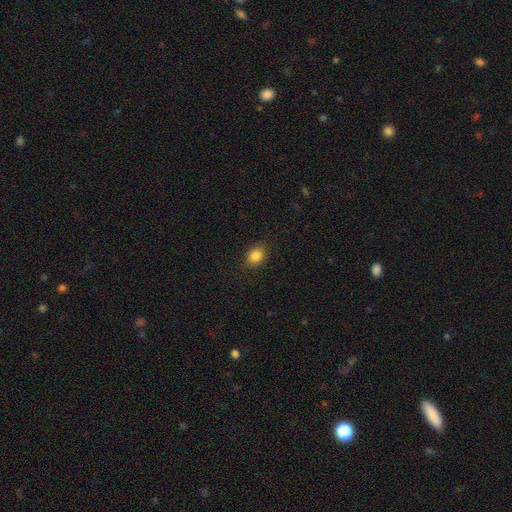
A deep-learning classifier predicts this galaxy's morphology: Smooth or featured?
  - smooth: 85% *
  - star or artifact: 10%
  - featured or disk: 5%
How rounded?
  - in between: 66% *
  - round: 32%
  - cigar-shaped: 1%
Merging?
  - none: 87% *
  - minor disturbance: 10%
  - major disturbance: 3%
  - merger: 1%